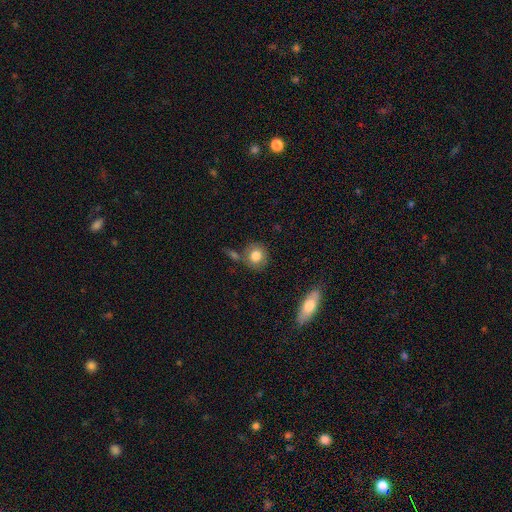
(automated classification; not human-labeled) Smooth or featured? smooth (81%)
How rounded? round (80%)
Merging? none (71%)